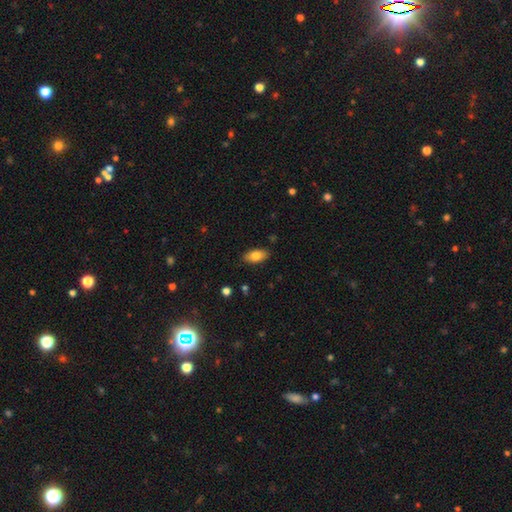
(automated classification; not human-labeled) The model was most divided on "smooth or featured": smooth: 80%, featured or disk: 13%, star or artifact: 7%. More confident: how rounded — in between (91%); merging — none (87%).